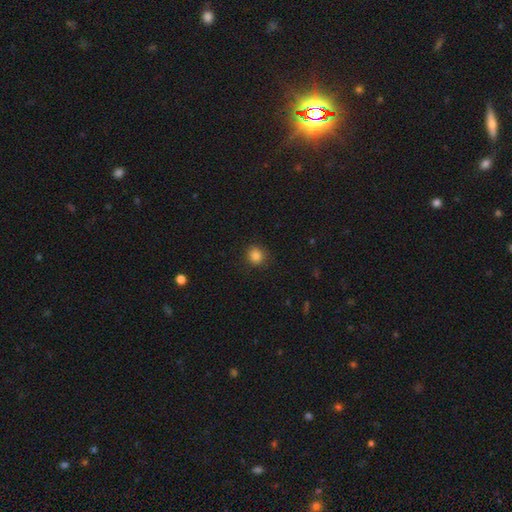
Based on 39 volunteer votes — smooth 90%, star or artifact 8%, featured or disk 3%. Down the decision tree: how rounded — round (83%); merging — none (92%).